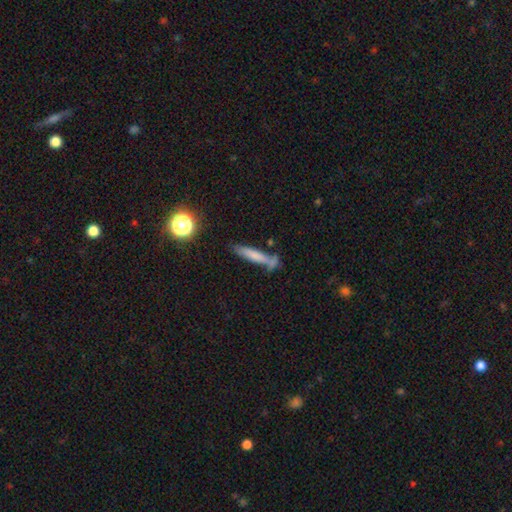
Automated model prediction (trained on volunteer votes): smooth-or-featured: smooth: 65% | featured or disk: 24% | star or artifact: 10%
  how-rounded: cigar-shaped: 89% | in between: 9% | round: 3%
  merging: none: 64% | minor disturbance: 18% | merger: 12% | major disturbance: 6%